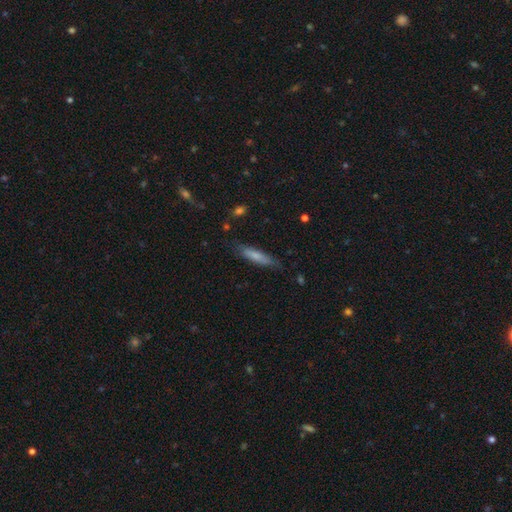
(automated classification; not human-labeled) Smooth or featured: smooth — 71% (featured or disk — 23%)
How rounded: cigar-shaped — 81% (in between — 17%)
Merging: none — 78% (minor disturbance — 17%)